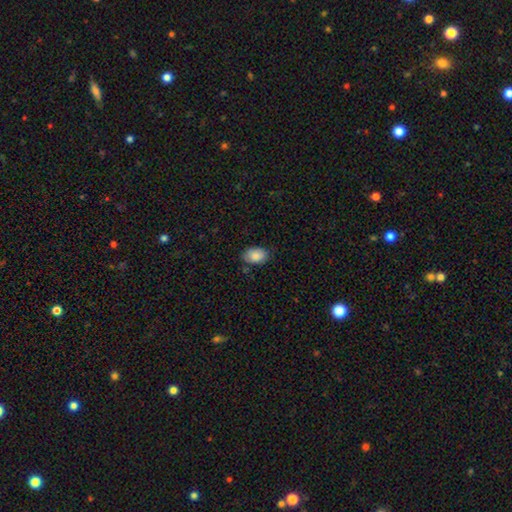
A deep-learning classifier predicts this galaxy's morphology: Smooth or featured: smooth — 86% (star or artifact — 7%)
How rounded: in between — 84% (round — 15%)
Merging: none — 78% (minor disturbance — 18%)